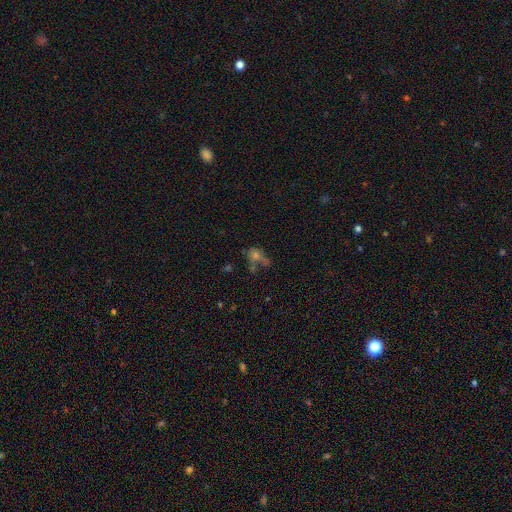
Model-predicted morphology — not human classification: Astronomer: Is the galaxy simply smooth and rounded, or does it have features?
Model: smooth — 43% (runner-up: star or artifact, 30%).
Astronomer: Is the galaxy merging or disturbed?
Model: none — 38% (runner-up: major disturbance, 23%).